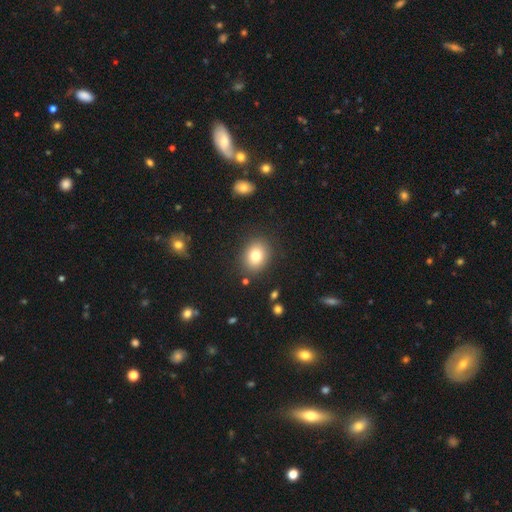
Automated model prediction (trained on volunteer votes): smooth-or-featured: smooth: 79% | star or artifact: 11% | featured or disk: 10%
  how-rounded: round: 50% | in between: 49% | cigar-shaped: 1%
  merging: none: 87% | minor disturbance: 8% | major disturbance: 3% | merger: 2%